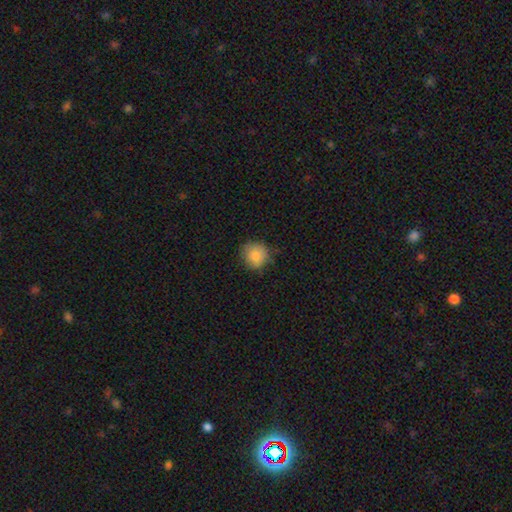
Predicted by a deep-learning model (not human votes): Morphology: type=smooth (84%); roundness=round (89%); merging=none (77%).